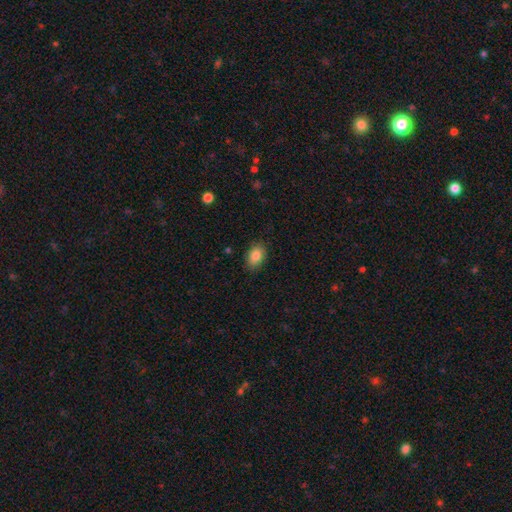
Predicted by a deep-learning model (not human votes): smooth-or-featured: smooth: 86% | star or artifact: 8% | featured or disk: 6%
  how-rounded: in between: 86% | round: 13% | cigar-shaped: 1%
  merging: none: 85% | minor disturbance: 11% | major disturbance: 3% | merger: 1%